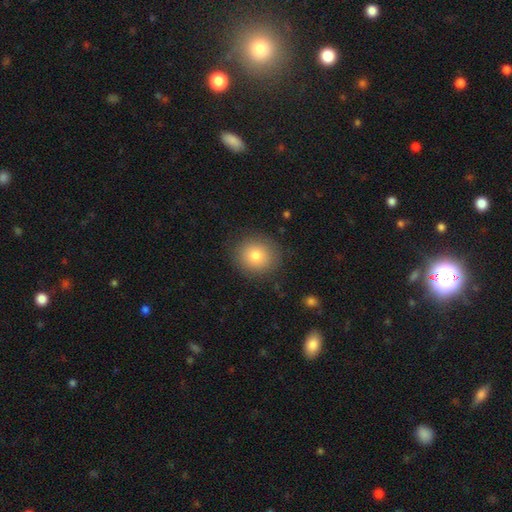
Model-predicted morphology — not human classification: smooth-or-featured: smooth: 79% | featured or disk: 11% | star or artifact: 10%
  how-rounded: round: 85% | in between: 14% | cigar-shaped: 1%
  merging: none: 87% | minor disturbance: 9% | major disturbance: 3% | merger: 1%